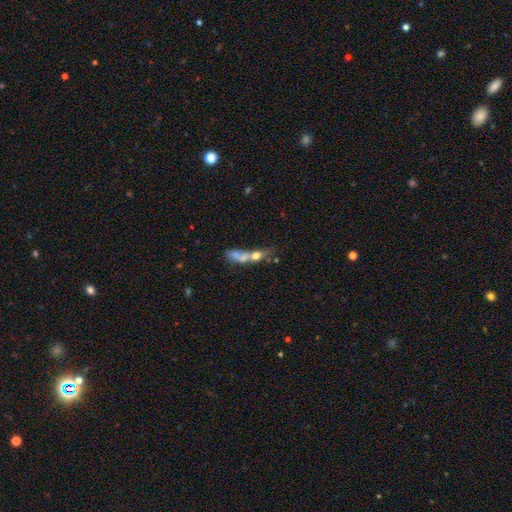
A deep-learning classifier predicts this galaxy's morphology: smooth_or_featured: smooth (p=0.51) [alt: featured or disk p=0.36]
how_rounded: in between (p=0.44) [alt: cigar-shaped p=0.37]
merging: merger (p=0.60) [alt: none p=0.17]